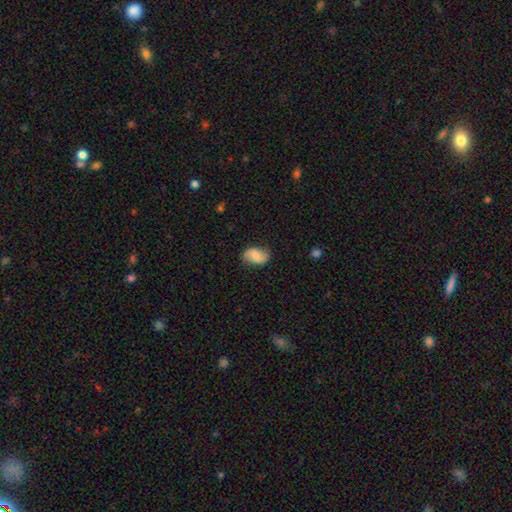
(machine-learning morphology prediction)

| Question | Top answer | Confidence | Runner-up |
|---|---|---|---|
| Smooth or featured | smooth | 47% | featured or disk (45%) |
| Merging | none | 79% | minor disturbance (16%) |